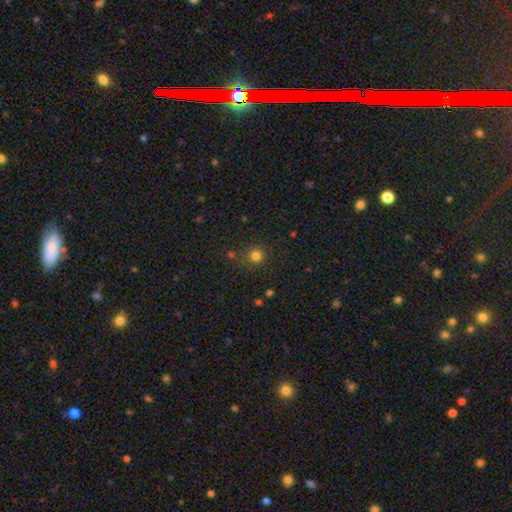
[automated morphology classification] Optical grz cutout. It shows a smooth galaxy with no disk features (78%) that is round (93%). Merging: none (84%).